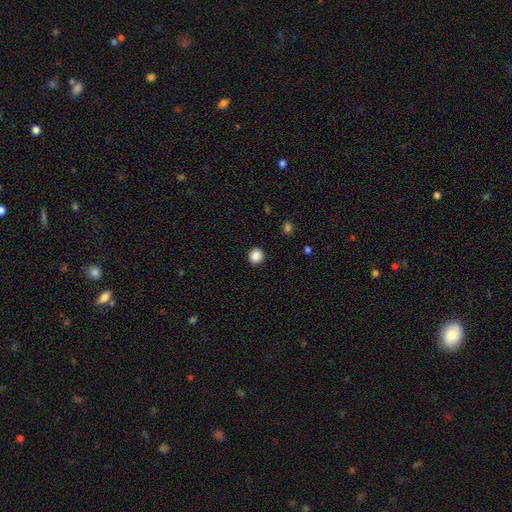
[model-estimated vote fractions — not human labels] Smooth or featured? smooth (87%)
How rounded? round (90%)
Merging? none (92%)